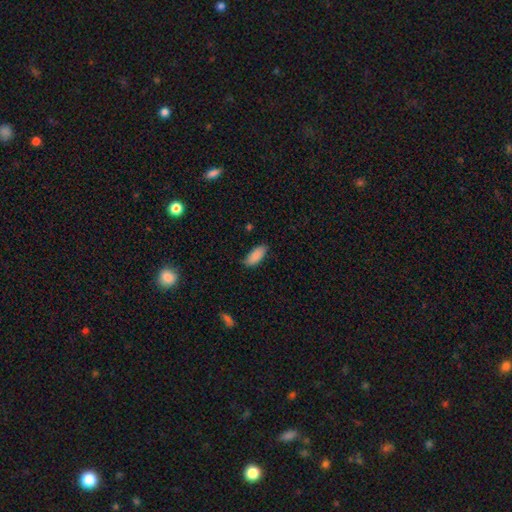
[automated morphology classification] Smooth or featured? Predicted: smooth (p=0.88). How rounded? Predicted: in between (p=0.85). Merging? Predicted: none (p=0.71).